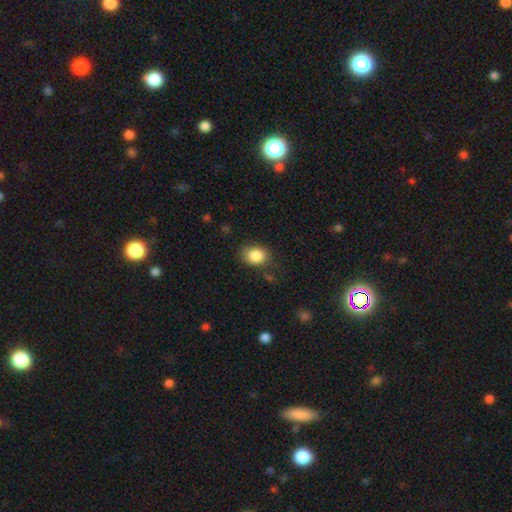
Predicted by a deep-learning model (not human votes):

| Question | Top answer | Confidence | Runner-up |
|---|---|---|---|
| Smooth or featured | smooth | 86% | star or artifact (9%) |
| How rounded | in between | 56% | round (43%) |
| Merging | none | 72% | minor disturbance (19%) |